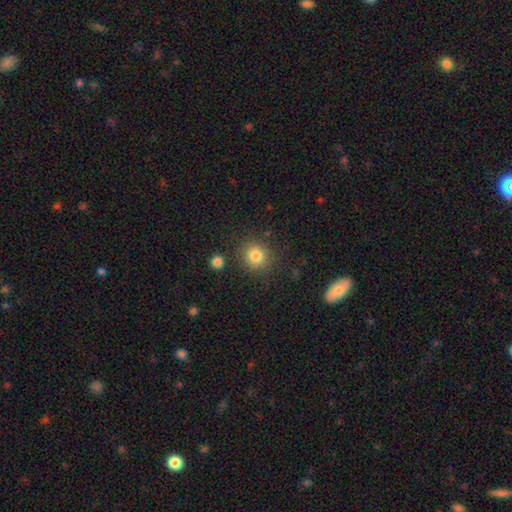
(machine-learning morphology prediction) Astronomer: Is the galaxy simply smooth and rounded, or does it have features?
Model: smooth — 83%.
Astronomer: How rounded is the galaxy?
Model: round — 85%.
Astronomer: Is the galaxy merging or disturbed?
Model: none — 83%.